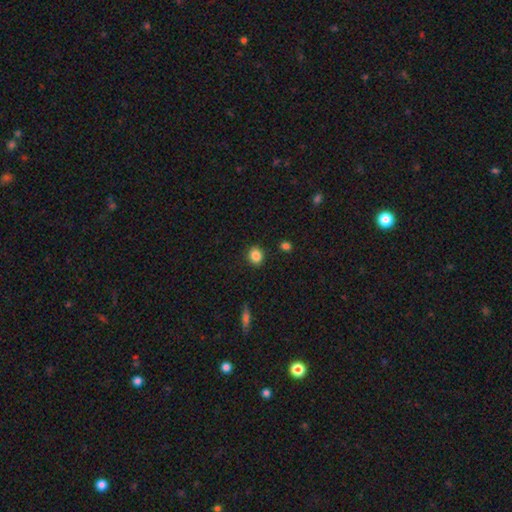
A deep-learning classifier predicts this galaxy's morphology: Q: Smooth or featured?
A: smooth (86%); runner-up: star or artifact (9%)
Q: How rounded?
A: round (70%); runner-up: in between (29%)
Q: Merging?
A: none (89%); runner-up: minor disturbance (7%)